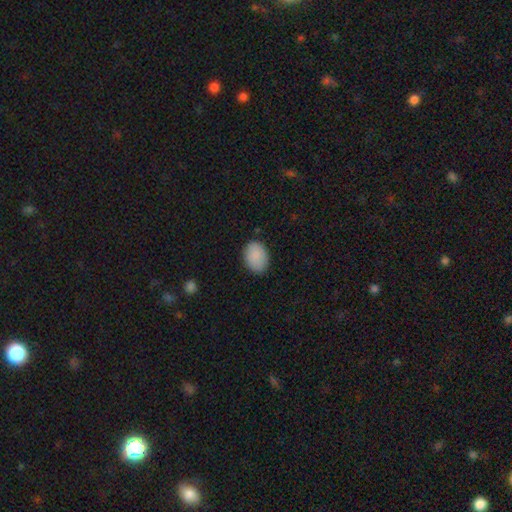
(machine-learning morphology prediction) This appears to be a smooth galaxy with no disk features (89%) that is in between round and cigar-shaped (66%). Merging: none (85%).